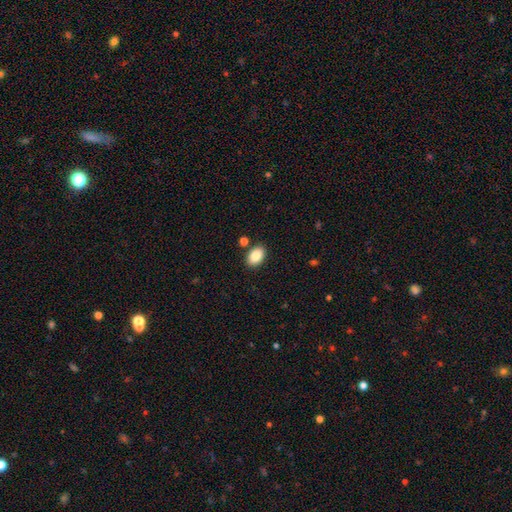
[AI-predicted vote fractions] Smooth or featured?
  - smooth: 86% *
  - star or artifact: 8%
  - featured or disk: 6%
How rounded?
  - in between: 88% *
  - round: 11%
  - cigar-shaped: 1%
Merging?
  - none: 85% *
  - minor disturbance: 8%
  - merger: 4%
  - major disturbance: 2%